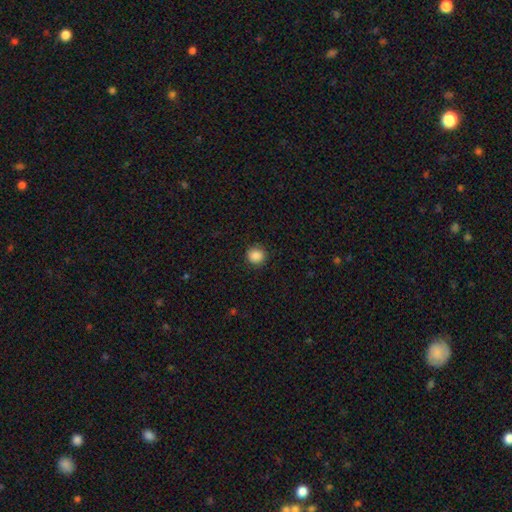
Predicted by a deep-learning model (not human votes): Smooth or featured? Predicted: smooth (p=0.88). How rounded? Predicted: round (p=0.90). Merging? Predicted: none (p=0.89).